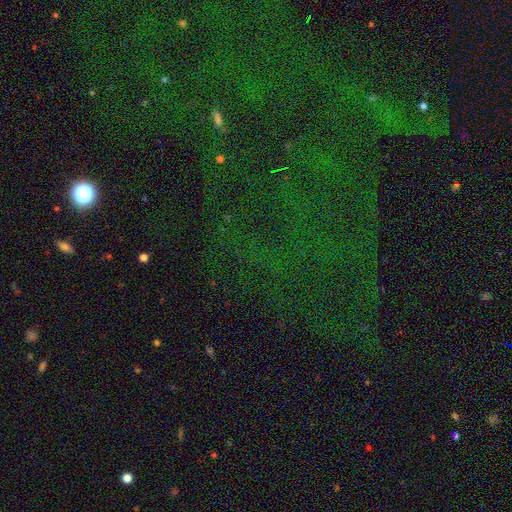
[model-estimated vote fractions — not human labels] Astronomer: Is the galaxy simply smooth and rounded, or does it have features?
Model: star or artifact — 81%.